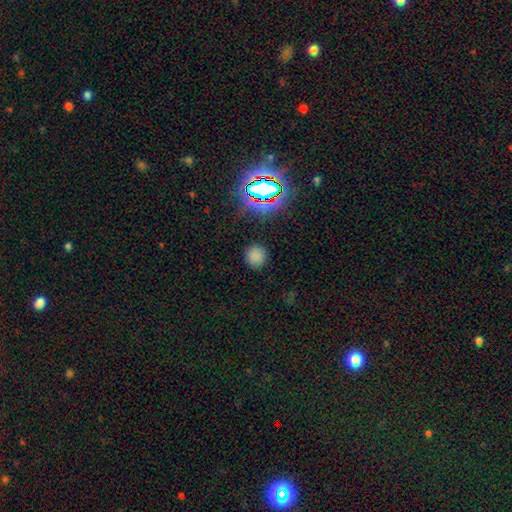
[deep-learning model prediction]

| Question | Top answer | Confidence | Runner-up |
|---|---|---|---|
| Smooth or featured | smooth | 74% | star or artifact (20%) |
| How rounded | round | 90% | in between (9%) |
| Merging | none | 87% | minor disturbance (9%) |